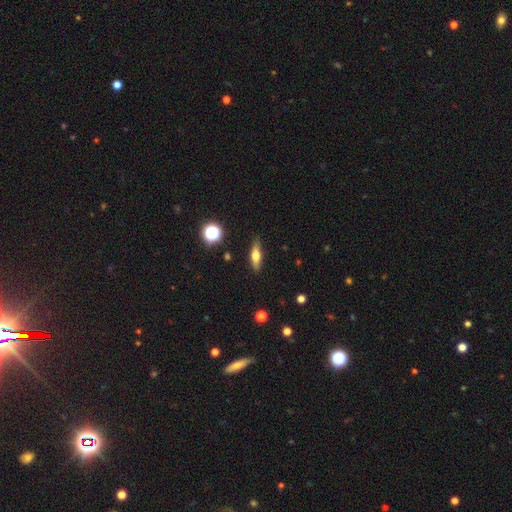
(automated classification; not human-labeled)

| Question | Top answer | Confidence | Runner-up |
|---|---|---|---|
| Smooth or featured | smooth | 51% | featured or disk (40%) |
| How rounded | cigar-shaped | 56% | in between (40%) |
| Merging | none | 86% | minor disturbance (10%) |